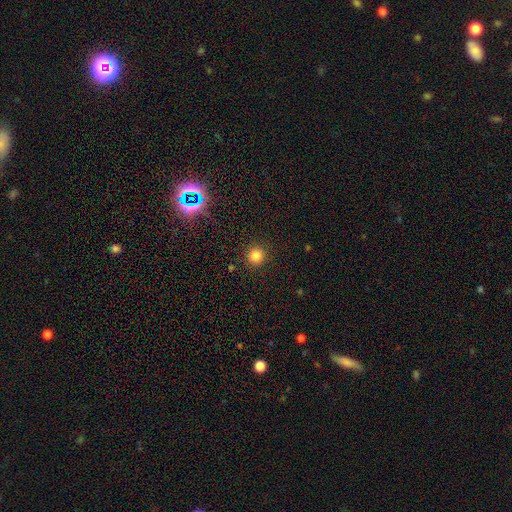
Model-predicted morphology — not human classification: Smooth or featured: smooth — 82% (star or artifact — 14%)
How rounded: round — 94% (in between — 5%)
Merging: none — 91% (minor disturbance — 5%)